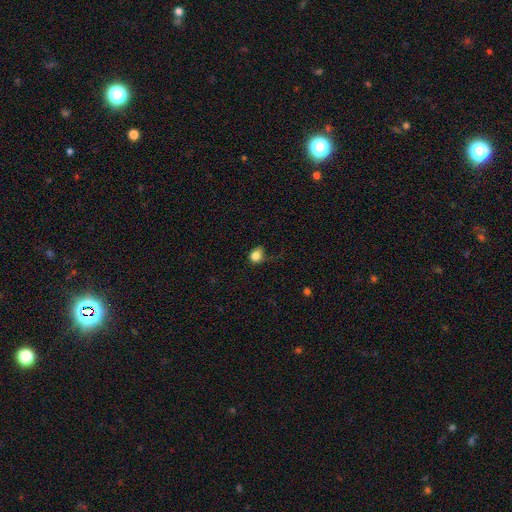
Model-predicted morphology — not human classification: smooth-or-featured: smooth: 84% | star or artifact: 10% | featured or disk: 6%
  how-rounded: round: 66% | in between: 33% | cigar-shaped: 1%
  merging: none: 52% | minor disturbance: 30% | major disturbance: 16% | merger: 2%